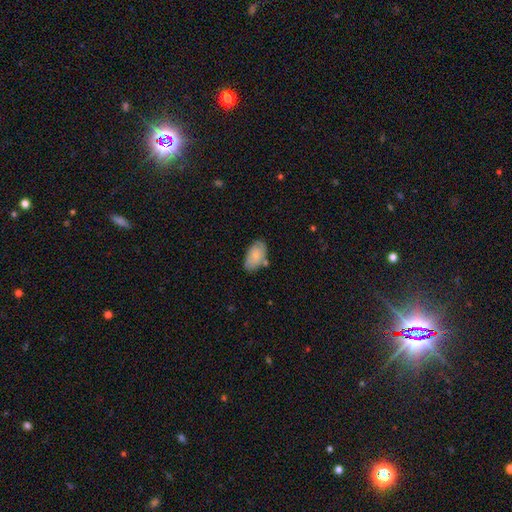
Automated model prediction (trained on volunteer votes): Smooth or featured: smooth — 79% (featured or disk — 15%)
How rounded: in between — 94% (round — 4%)
Merging: none — 70% (minor disturbance — 19%)